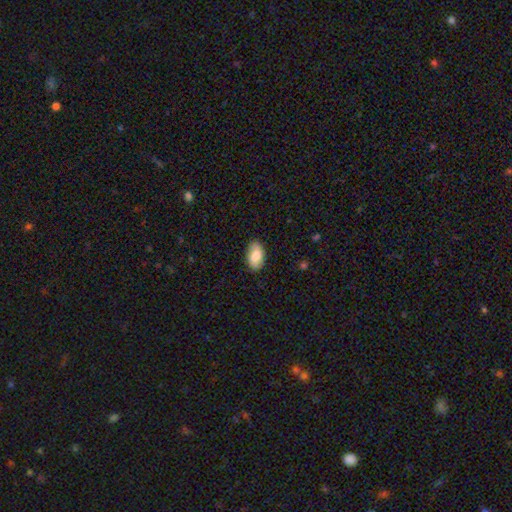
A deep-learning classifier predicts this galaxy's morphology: Smooth or featured: smooth — 78% (featured or disk — 16%)
How rounded: in between — 93% (round — 5%)
Merging: none — 85% (minor disturbance — 12%)